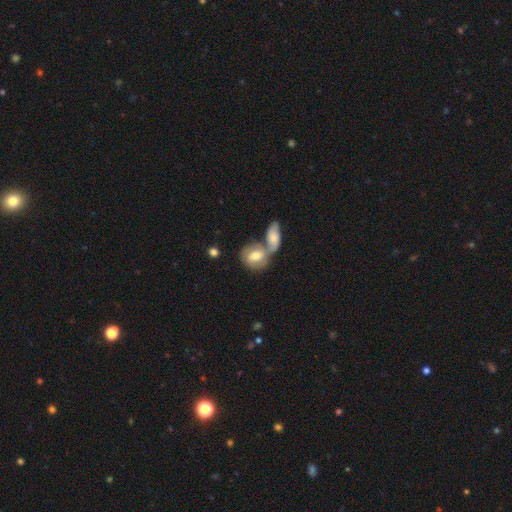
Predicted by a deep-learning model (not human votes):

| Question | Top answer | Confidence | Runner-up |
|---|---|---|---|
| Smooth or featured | smooth | 52% | featured or disk (41%) |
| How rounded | in between | 56% | round (40%) |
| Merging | merger | 62% | none (25%) |